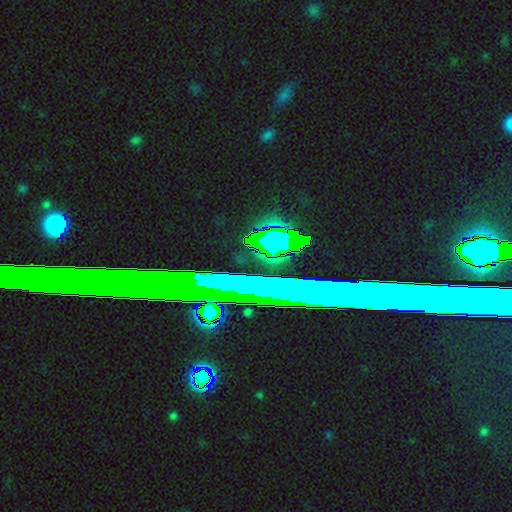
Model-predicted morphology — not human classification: smooth-or-featured: star or artifact: 72% | featured or disk: 17% | smooth: 11%